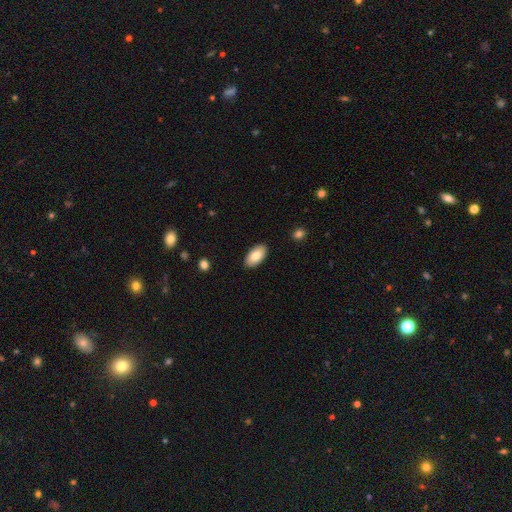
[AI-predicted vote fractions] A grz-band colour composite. It shows a smooth galaxy with no disk features (83%) that is in between round and cigar-shaped (95%). Merging: none (89%).